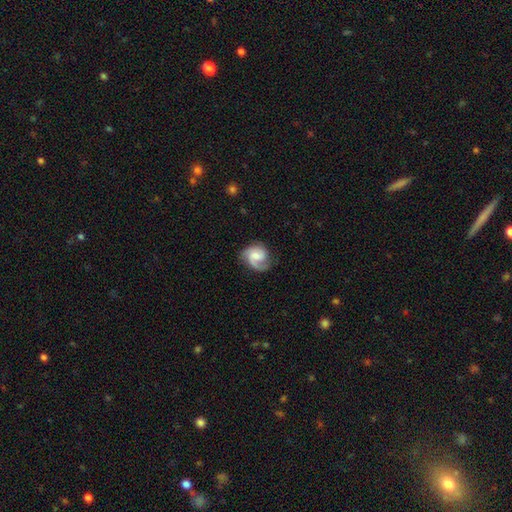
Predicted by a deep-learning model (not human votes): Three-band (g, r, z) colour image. It shows a featured or disk galaxy (76%) with no bar (51%), 2 (55%) medium (47%) spiral arms (96%) and a moderate central bulge (46%). Merging: none (65%).